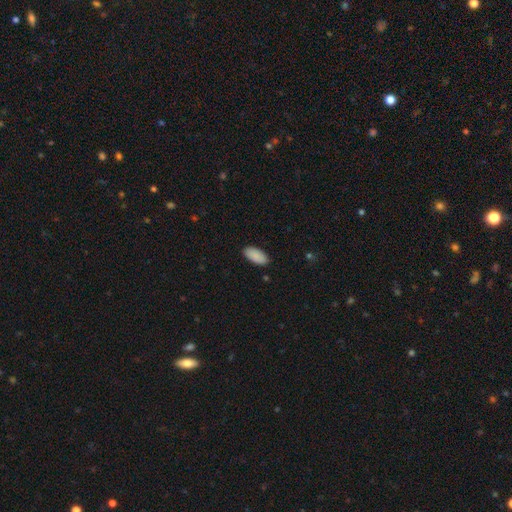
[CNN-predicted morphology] The model was most divided on "merging": none: 89%, minor disturbance: 8%, major disturbance: 2%, merger: 1%. More confident: how rounded — in between (92%); smooth or featured — smooth (90%).